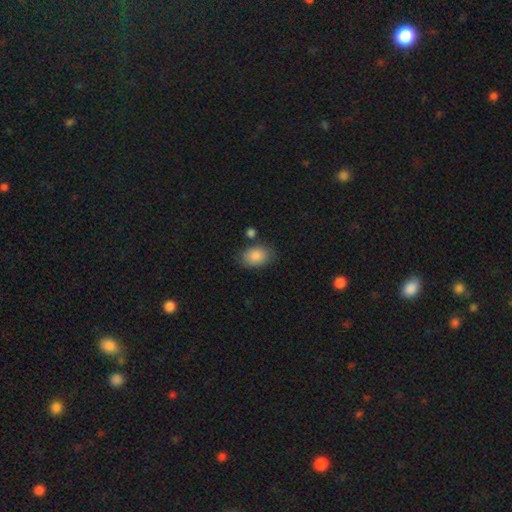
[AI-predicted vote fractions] Smooth or featured?
  - smooth: 87% *
  - star or artifact: 7%
  - featured or disk: 6%
How rounded?
  - in between: 84% *
  - round: 15%
  - cigar-shaped: 1%
Merging?
  - none: 76% *
  - minor disturbance: 14%
  - merger: 5%
  - major disturbance: 4%